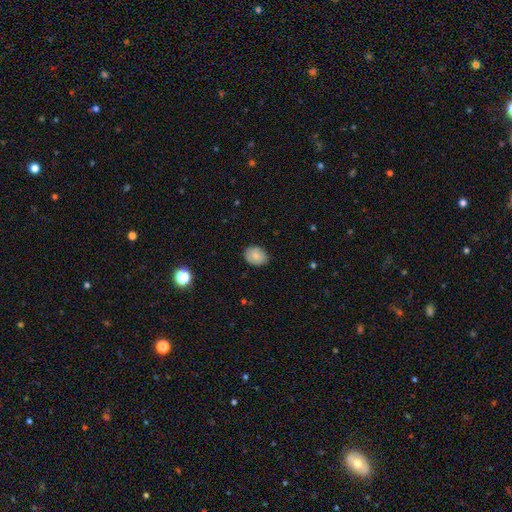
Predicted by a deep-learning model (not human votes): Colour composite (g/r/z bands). It shows a smooth galaxy with no disk features (79%) that is in between round and cigar-shaped (56%). Merging: none (81%).